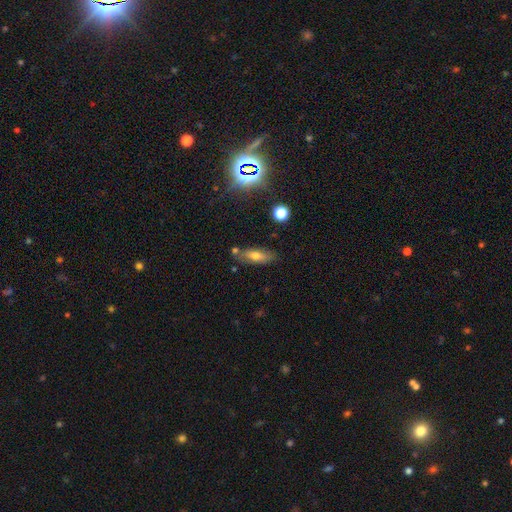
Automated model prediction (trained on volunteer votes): smooth_or_featured: smooth (p=0.64) [alt: featured or disk p=0.26]
how_rounded: in between (p=0.62) [alt: cigar-shaped p=0.34]
merging: none (p=0.72) [alt: minor disturbance p=0.16]